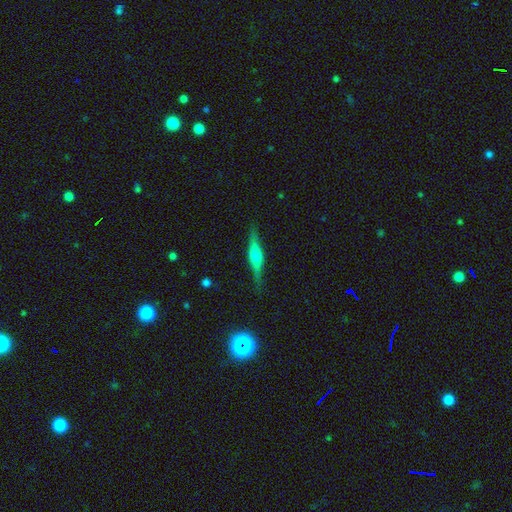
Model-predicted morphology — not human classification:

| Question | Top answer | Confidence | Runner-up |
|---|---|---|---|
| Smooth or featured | featured or disk | 66% | smooth (28%) |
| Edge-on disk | yes | 96% | no (4%) |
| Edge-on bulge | rounded | 89% | boxy (8%) |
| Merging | none | 87% | minor disturbance (10%) |